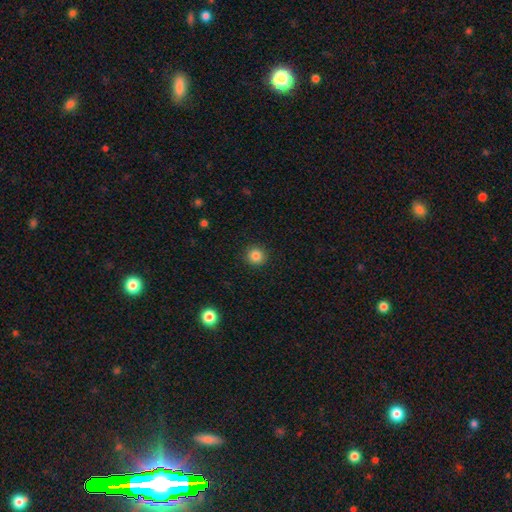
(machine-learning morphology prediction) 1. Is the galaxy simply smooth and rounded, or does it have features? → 84% smooth, 11% star or artifact, 5% featured or disk.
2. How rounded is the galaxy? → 94% round, 5% in between, 1% cigar-shaped.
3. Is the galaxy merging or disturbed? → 92% none, 5% minor disturbance, 2% major disturbance, 1% merger.